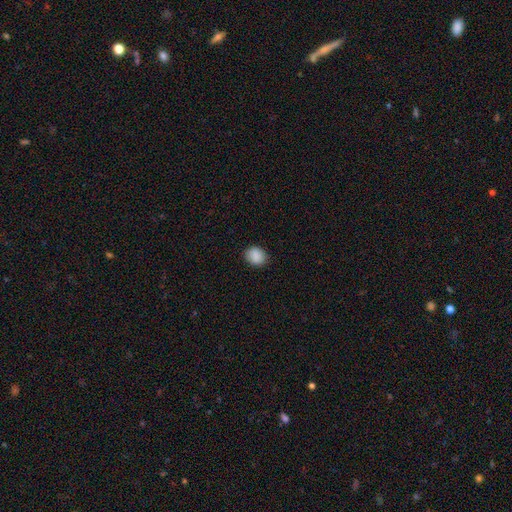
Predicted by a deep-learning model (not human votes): Morphology: type=smooth (88%); roundness=round (57%); merging=none (86%).